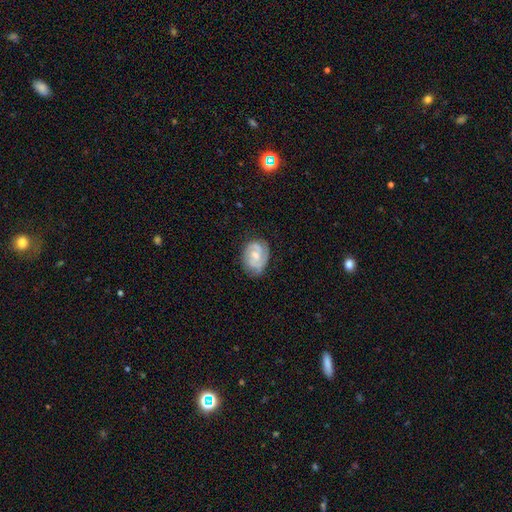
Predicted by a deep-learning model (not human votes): Smooth or featured: featured or disk — 72% (smooth — 23%)
Edge-on disk: no — 97% (yes — 3%)
Bar: no — 54% (weak — 39%)
Spiral arms: yes — 91% (no — 9%)
Spiral winding: tight — 53% (medium — 37%)
Spiral arm count: 2 — 64% (can't tell — 17%)
Bulge size: moderate — 50% (small — 42%)
Merging: none — 69% (minor disturbance — 23%)